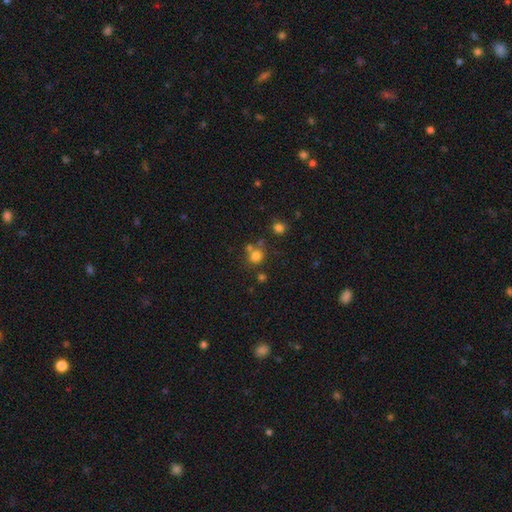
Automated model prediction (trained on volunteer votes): Q: Smooth or featured?
A: smooth (75%); runner-up: star or artifact (16%)
Q: How rounded?
A: round (79%); runner-up: in between (20%)
Q: Merging?
A: none (60%); runner-up: merger (25%)